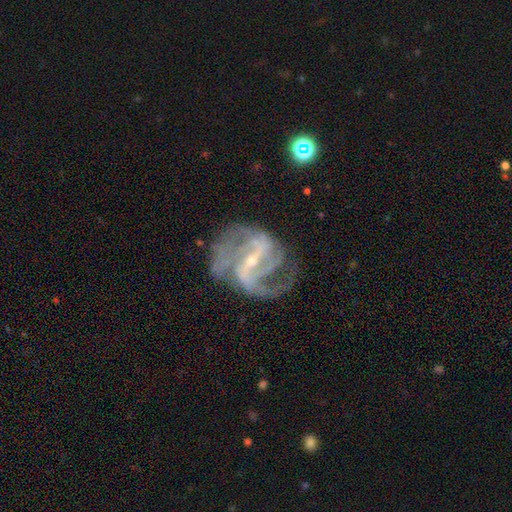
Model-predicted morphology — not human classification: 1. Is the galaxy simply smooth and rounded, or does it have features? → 90% featured or disk, 6% star or artifact, 4% smooth.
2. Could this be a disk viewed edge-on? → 97% no, 3% yes.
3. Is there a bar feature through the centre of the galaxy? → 62% strong, 29% weak, 9% no.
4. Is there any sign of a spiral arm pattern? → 96% yes, 4% no.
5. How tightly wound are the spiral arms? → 51% medium, 26% tight, 22% loose.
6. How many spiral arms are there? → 51% 2, 20% 3, 12% can't tell, 7% 4, 5% 1, 5% more than 4.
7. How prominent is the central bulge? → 71% small, 25% moderate, 2% none, 1% large, 1% dominant.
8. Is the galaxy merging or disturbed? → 60% none, 19% minor disturbance, 18% major disturbance, 2% merger.